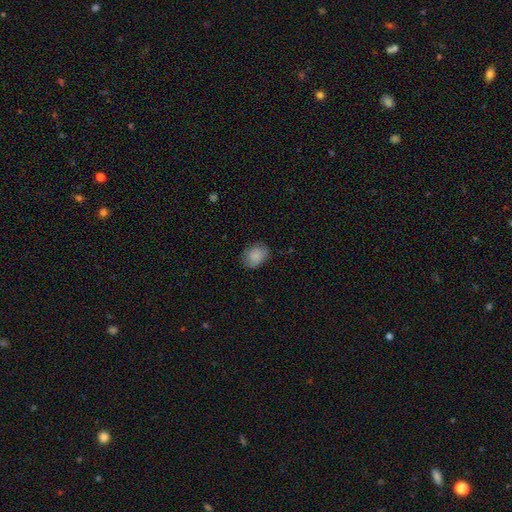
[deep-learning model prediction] Smooth or featured?
  - smooth: 86% *
  - star or artifact: 8%
  - featured or disk: 7%
How rounded?
  - in between: 62% *
  - round: 37%
  - cigar-shaped: 1%
Merging?
  - none: 77% *
  - minor disturbance: 18%
  - major disturbance: 4%
  - merger: 1%